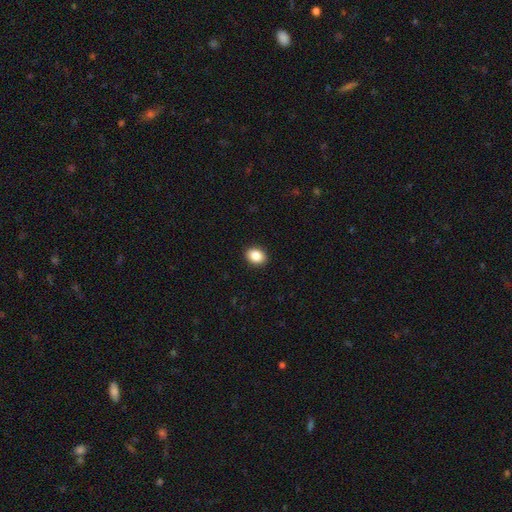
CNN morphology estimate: This is clearly a smooth galaxy (87%). How rounded: likely in between (60%). Merging: clearly none (92%).